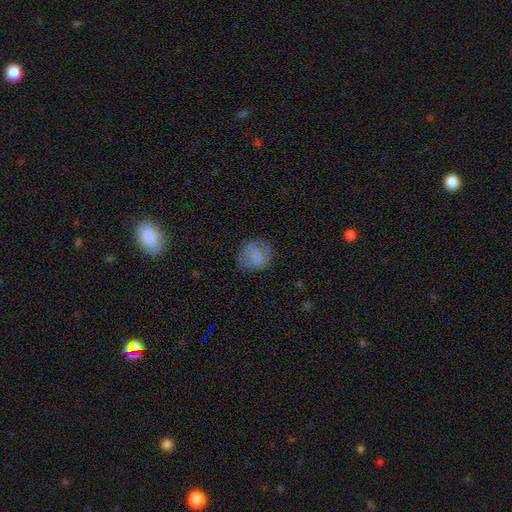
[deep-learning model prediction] Q: Smooth or featured?
A: smooth (68%); runner-up: featured or disk (22%)
Q: How rounded?
A: round (70%); runner-up: in between (28%)
Q: Merging?
A: none (70%); runner-up: minor disturbance (19%)